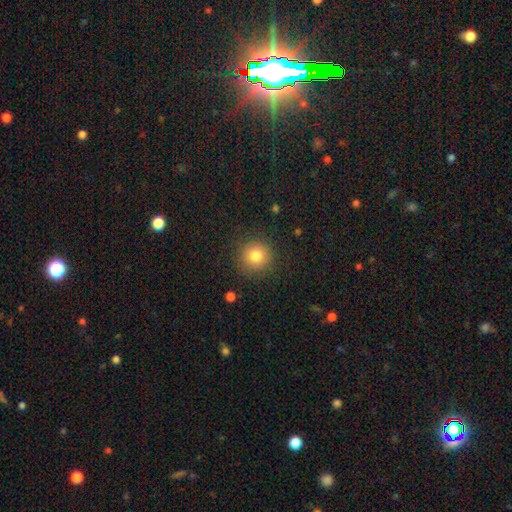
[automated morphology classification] smooth-or-featured: smooth: 81% | star or artifact: 12% | featured or disk: 8%
  how-rounded: round: 93% | in between: 6% | cigar-shaped: 1%
  merging: none: 88% | minor disturbance: 8% | major disturbance: 3% | merger: 1%